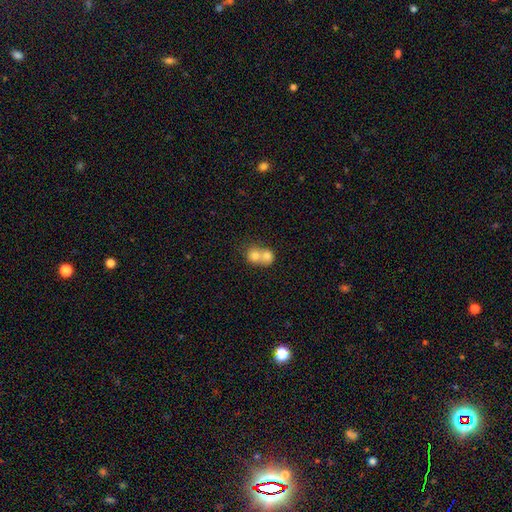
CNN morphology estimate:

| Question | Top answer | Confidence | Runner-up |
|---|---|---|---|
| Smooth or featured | smooth | 70% | featured or disk (20%) |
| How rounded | round | 71% | in between (28%) |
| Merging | merger | 74% | none (20%) |